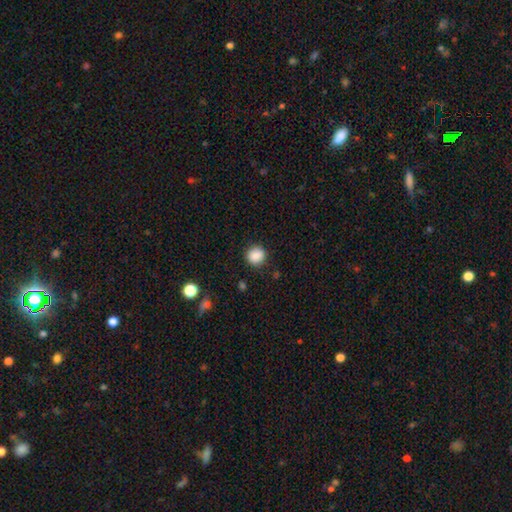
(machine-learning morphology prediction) Smooth or featured?
  - smooth: 87% *
  - star or artifact: 9%
  - featured or disk: 4%
How rounded?
  - round: 84% *
  - in between: 15%
  - cigar-shaped: 1%
Merging?
  - none: 87% *
  - minor disturbance: 9%
  - major disturbance: 3%
  - merger: 1%